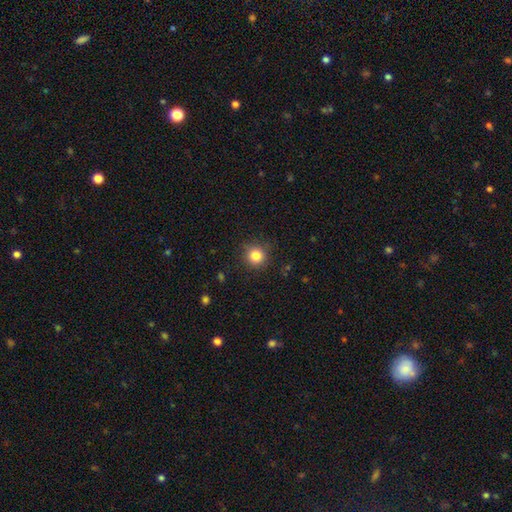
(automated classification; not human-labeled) Smooth or featured? smooth (84%)
How rounded? round (94%)
Merging? none (89%)